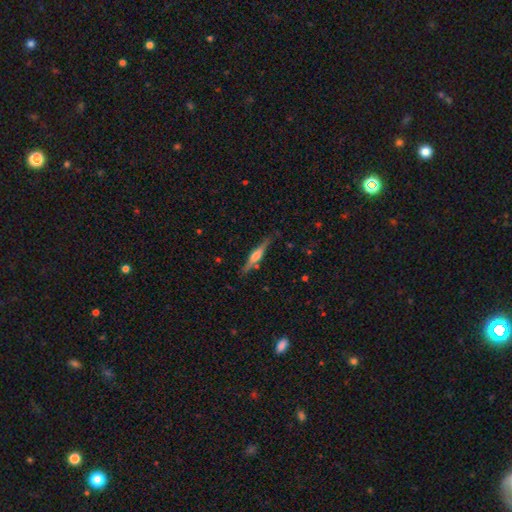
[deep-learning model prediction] Q: Smooth or featured?
A: featured or disk (63%); runner-up: smooth (31%)
Q: Edge-on disk?
A: yes (97%); runner-up: no (3%)
Q: Edge-on bulge?
A: rounded (67%); runner-up: boxy (25%)
Q: Merging?
A: none (82%); runner-up: minor disturbance (13%)